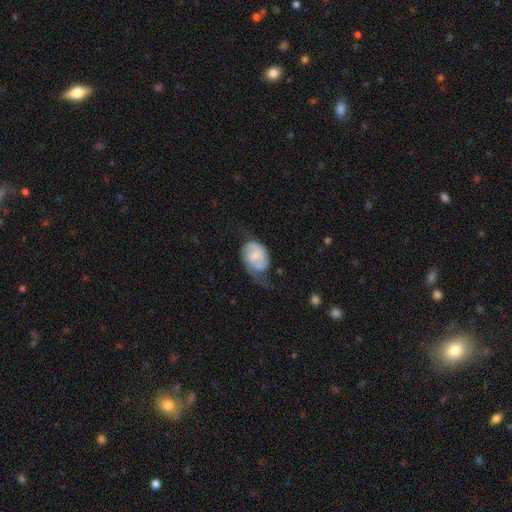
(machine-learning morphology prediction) The model was most divided on "smooth or featured": featured or disk: 50%, smooth: 43%, star or artifact: 7%. Remaining: edge-on disk — no (97%); merging — major disturbance (39%).